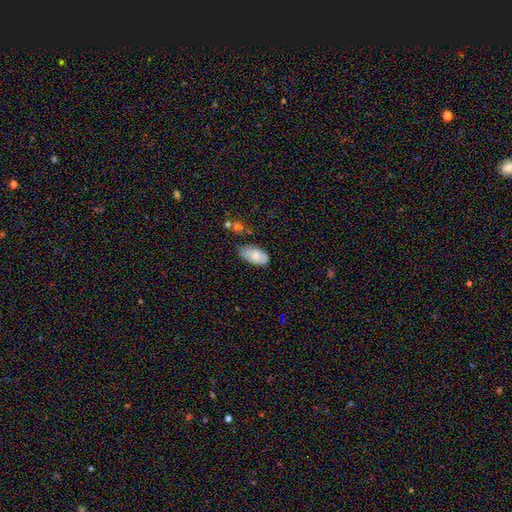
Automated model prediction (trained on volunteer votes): The model was most divided on "merging": none: 64%, minor disturbance: 27%, major disturbance: 5%, merger: 3%. More confident: how rounded — in between (94%); smooth or featured — smooth (77%).